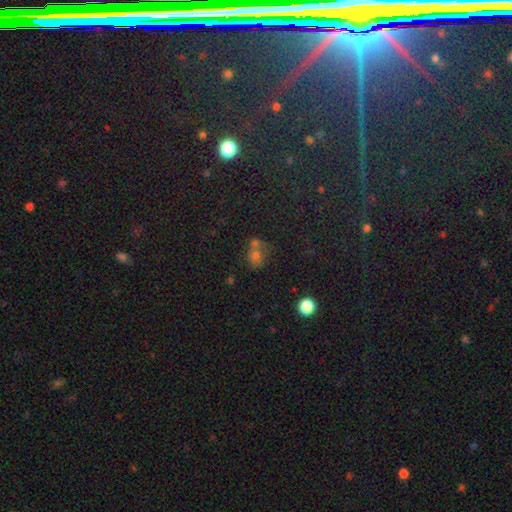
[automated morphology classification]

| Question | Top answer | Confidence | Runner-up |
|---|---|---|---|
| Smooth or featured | smooth | 64% | star or artifact (22%) |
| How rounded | round | 66% | in between (33%) |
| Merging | merger | 43% | none (37%) |